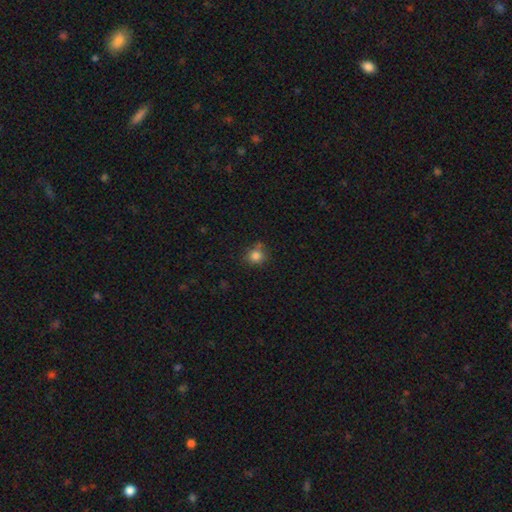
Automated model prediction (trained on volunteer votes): This appears to be a smooth galaxy with no disk features (83%) that is round (85%). Merging: none (71%).